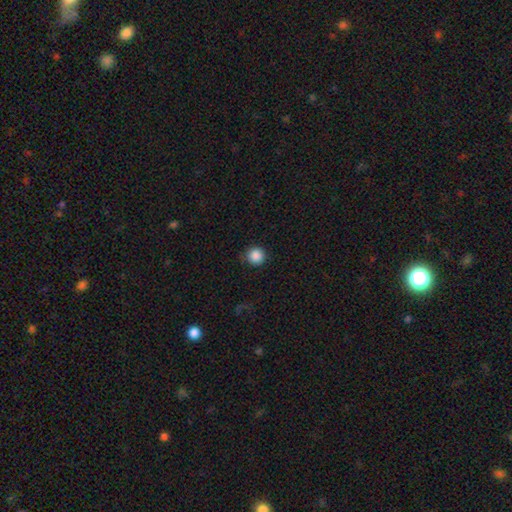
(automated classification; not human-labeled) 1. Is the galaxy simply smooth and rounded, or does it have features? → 87% smooth, 10% star or artifact, 3% featured or disk.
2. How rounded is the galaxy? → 95% round, 4% in between, 1% cigar-shaped.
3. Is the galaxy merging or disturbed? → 86% none, 10% minor disturbance, 3% major disturbance, 1% merger.